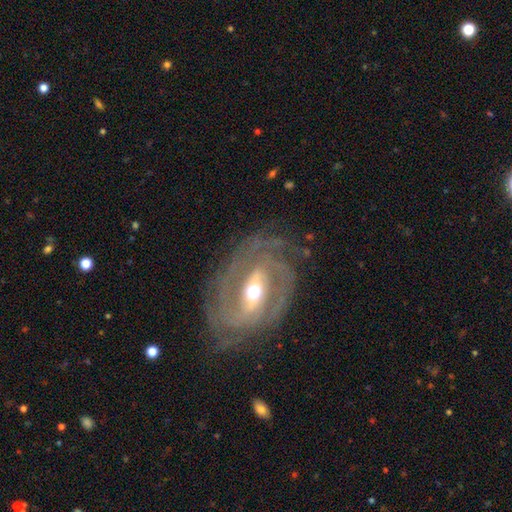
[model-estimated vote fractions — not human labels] Smooth or featured: featured or disk — 87% (star or artifact — 7%)
Edge-on disk: no — 94% (yes — 6%)
Bar: strong — 51% (weak — 35%)
Spiral arms: yes — 94% (no — 6%)
Spiral winding: tight — 64% (medium — 28%)
Spiral arm count: 2 — 46% (can't tell — 21%)
Bulge size: moderate — 61% (small — 33%)
Merging: none — 78% (minor disturbance — 14%)